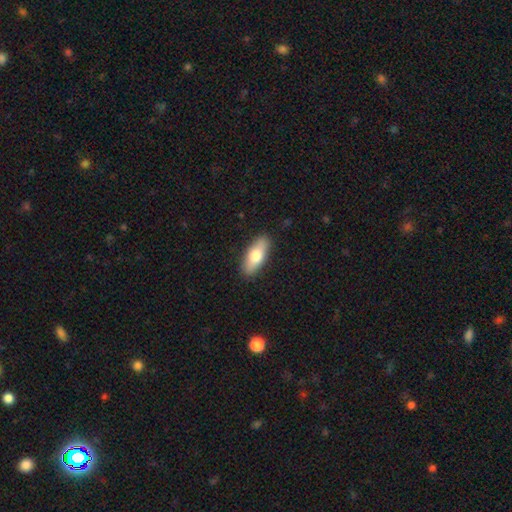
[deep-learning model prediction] smooth 70%, featured or disk 24%, star or artifact 6%. Down the decision tree: how rounded — in between (73%); merging — none (89%).